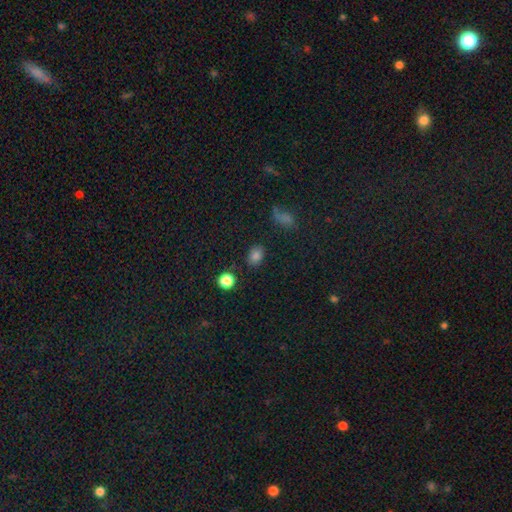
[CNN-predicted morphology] Smooth or featured?
  - smooth: 80% *
  - star or artifact: 14%
  - featured or disk: 6%
How rounded?
  - in between: 65% *
  - round: 33%
  - cigar-shaped: 1%
Merging?
  - none: 83% *
  - minor disturbance: 11%
  - major disturbance: 3%
  - merger: 3%